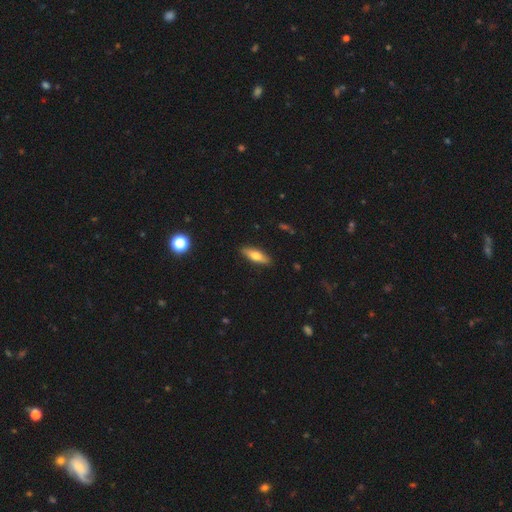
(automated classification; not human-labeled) Smooth or featured?
  - smooth: 62% *
  - featured or disk: 31%
  - star or artifact: 7%
How rounded?
  - in between: 49% *
  - cigar-shaped: 48%
  - round: 3%
Merging?
  - none: 89% *
  - minor disturbance: 8%
  - major disturbance: 2%
  - merger: 1%